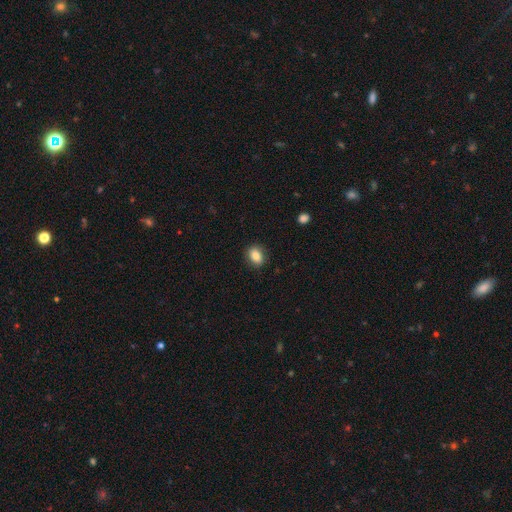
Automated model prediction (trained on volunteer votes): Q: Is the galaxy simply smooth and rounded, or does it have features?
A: smooth — 84%.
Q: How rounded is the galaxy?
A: in between — 69%.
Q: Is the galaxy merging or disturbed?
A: none — 86%.